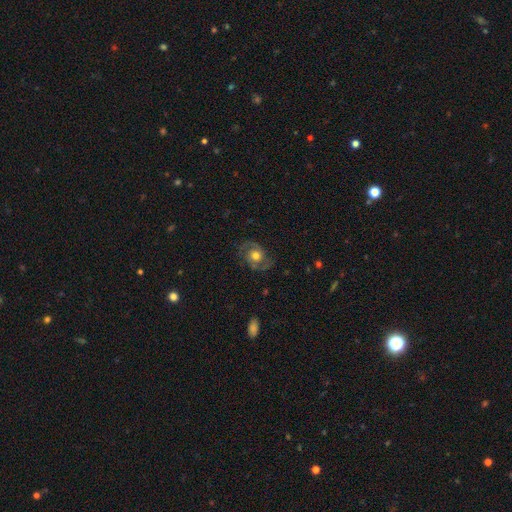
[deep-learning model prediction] featured or disk 75%, smooth 17%, star or artifact 8%. Down the decision tree: edge-on disk — no (97%); bar — no (77%); spiral arms — yes (90%); spiral arm count — 2 (89%); spiral winding — medium (51%); bulge size — moderate (69%); merging — none (77%).